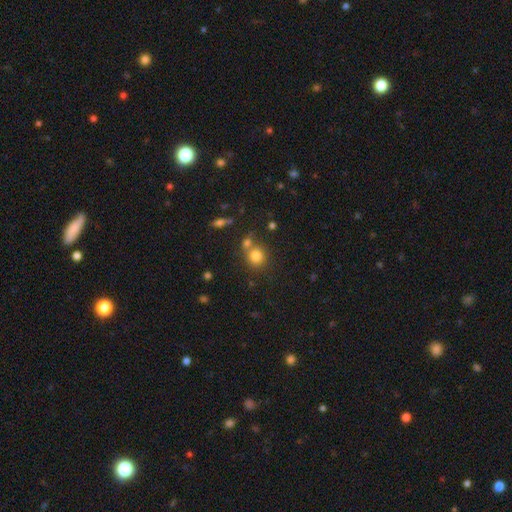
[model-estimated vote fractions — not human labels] smooth 79%, star or artifact 13%, featured or disk 8%. Down the decision tree: how rounded — round (84%); merging — none (57%).